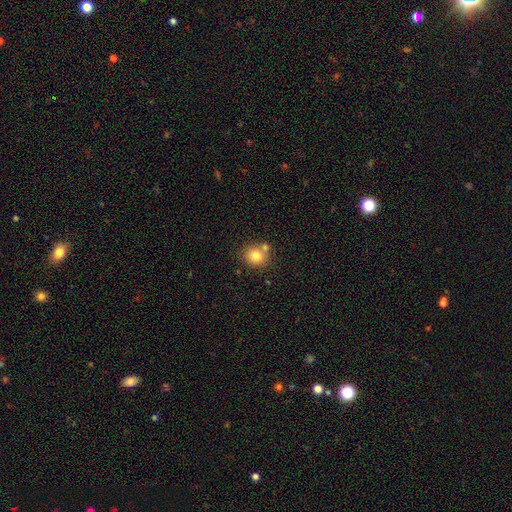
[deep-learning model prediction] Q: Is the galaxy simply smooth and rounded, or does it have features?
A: smooth — 79%.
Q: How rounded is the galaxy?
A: round — 81%.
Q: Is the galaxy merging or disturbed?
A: none — 65%.